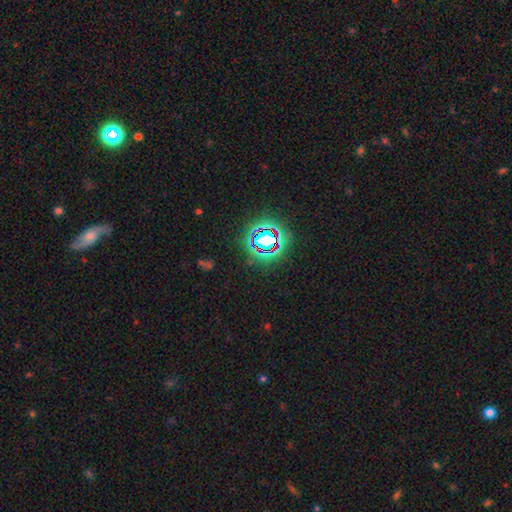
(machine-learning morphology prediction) The model was most divided on "smooth or featured": star or artifact: 77%, smooth: 14%, featured or disk: 9%.